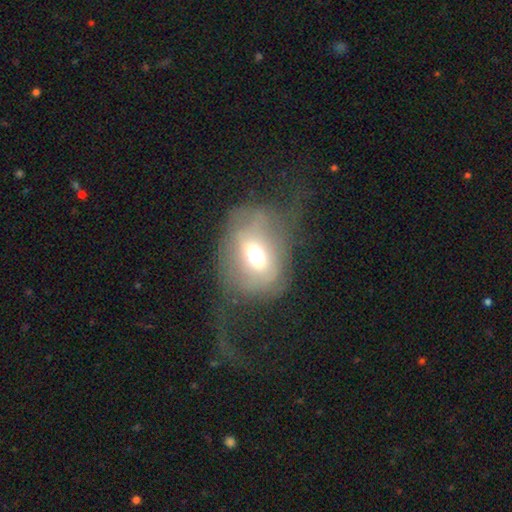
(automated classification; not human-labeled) smooth 50%, featured or disk 36%, star or artifact 14%. Down the decision tree: merging — major disturbance (38%).